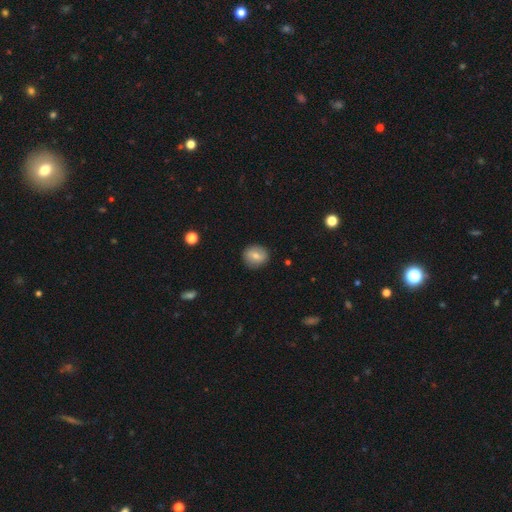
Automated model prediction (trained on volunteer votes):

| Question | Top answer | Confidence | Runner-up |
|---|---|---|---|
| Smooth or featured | smooth | 71% | featured or disk (21%) |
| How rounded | round | 80% | in between (19%) |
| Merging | none | 88% | minor disturbance (9%) |